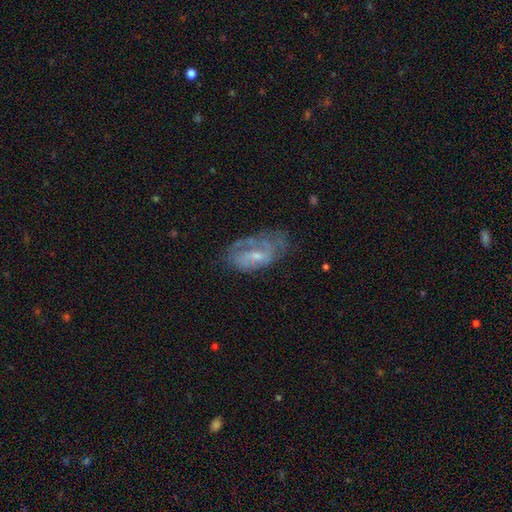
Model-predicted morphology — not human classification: Overall: featured or disk (62%; smooth 30%). Edge-on disk: no (94%). Bar: no (53%; weak 39%). Spiral arms: yes (61%; no 39%). Bulge size: small (51%; moderate 35%). Merging: none (46%; minor disturbance 27%).